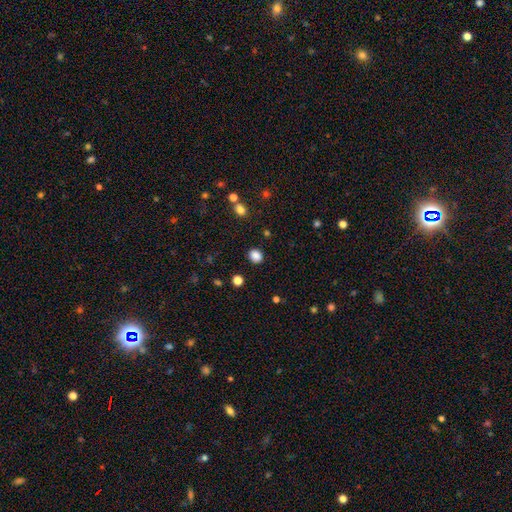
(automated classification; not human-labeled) Smooth or featured: smooth — 86% (star or artifact — 11%)
How rounded: round — 67% (in between — 32%)
Merging: none — 89% (minor disturbance — 7%)